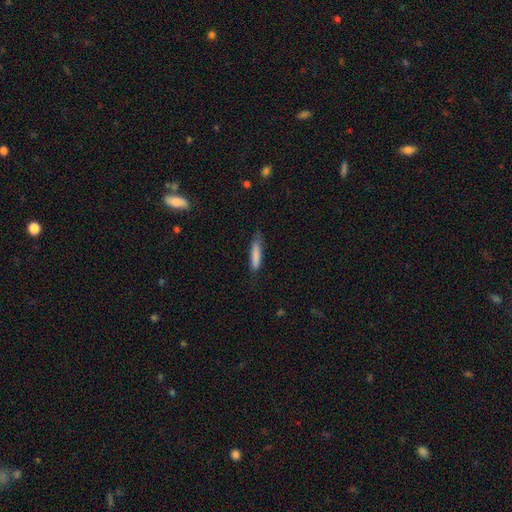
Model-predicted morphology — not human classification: Smooth or featured?
  - smooth: 83% *
  - featured or disk: 11%
  - star or artifact: 6%
How rounded?
  - cigar-shaped: 85% *
  - in between: 13%
  - round: 1%
Merging?
  - none: 70% *
  - minor disturbance: 24%
  - major disturbance: 5%
  - merger: 2%